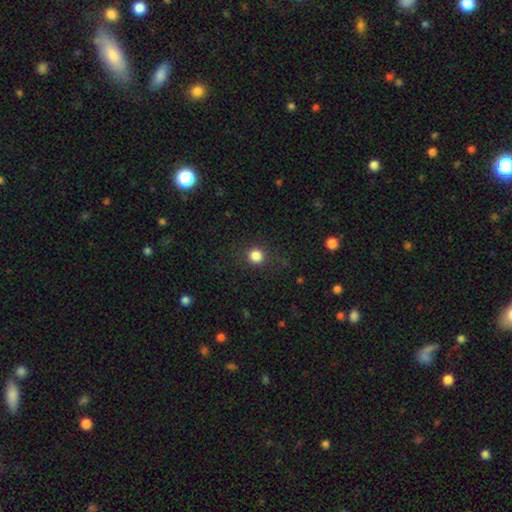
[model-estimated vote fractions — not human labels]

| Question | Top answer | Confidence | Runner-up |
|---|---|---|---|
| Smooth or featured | smooth | 84% | star or artifact (12%) |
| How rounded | round | 92% | in between (7%) |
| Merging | none | 88% | minor disturbance (7%) |